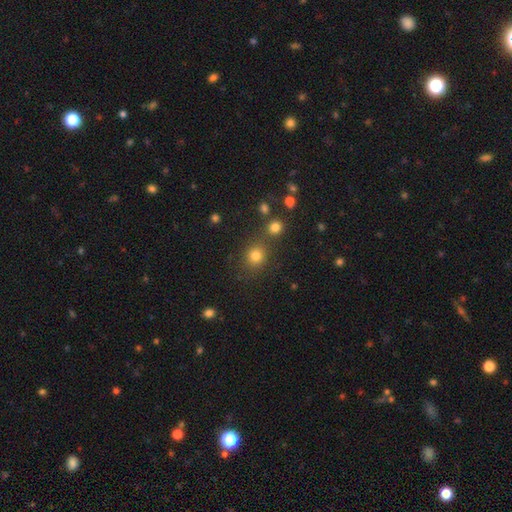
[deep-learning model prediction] A smooth galaxy with no disk features (78%) that is round (83%).

Vote fractions:
- Smooth or featured? smooth: 78% / star or artifact: 16% / featured or disk: 6%
- How rounded? round: 83% / in between: 16% / cigar-shaped: 1%
- Merging? none: 72% / merger: 14% / minor disturbance: 9% / major disturbance: 4%